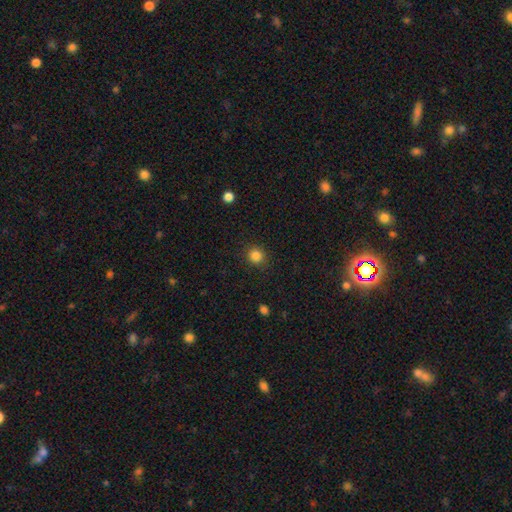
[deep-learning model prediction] smooth-or-featured: smooth: 85% | star or artifact: 12% | featured or disk: 4%
  how-rounded: round: 89% | in between: 10% | cigar-shaped: 1%
  merging: none: 88% | minor disturbance: 8% | major disturbance: 3% | merger: 1%